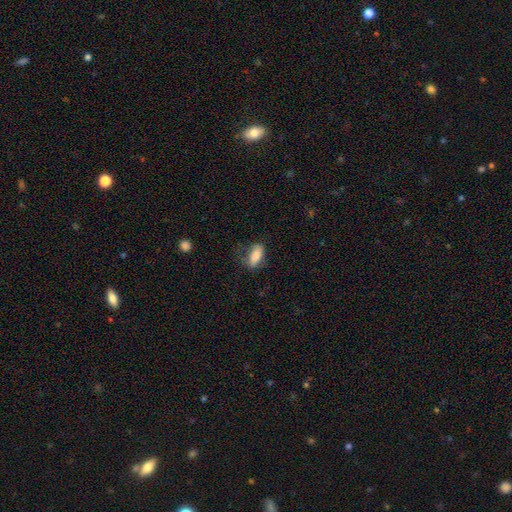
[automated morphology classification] smooth_or_featured: smooth (p=0.83) [alt: featured or disk p=0.10]
how_rounded: in between (p=0.84) [alt: cigar-shaped p=0.12]
merging: none (p=0.58) [alt: minor disturbance p=0.28]